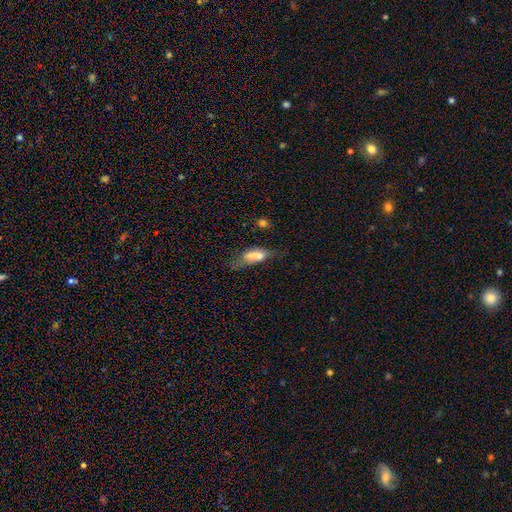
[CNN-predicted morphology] A smooth galaxy with no disk features (61%) that is in between round and cigar-shaped (72%).

Vote fractions:
- Smooth or featured? smooth: 61% / featured or disk: 30% / star or artifact: 10%
- How rounded? in between: 72% / cigar-shaped: 20% / round: 8%
- Merging? merger: 42% / none: 30% / minor disturbance: 16% / major disturbance: 12%